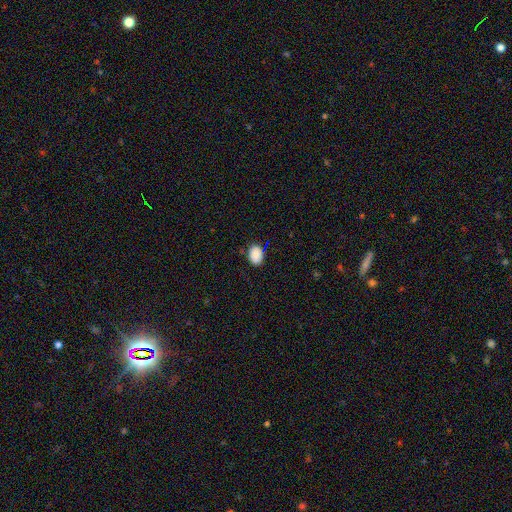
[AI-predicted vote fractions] Q: Smooth or featured?
A: smooth (88%); runner-up: star or artifact (8%)
Q: How rounded?
A: in between (78%); runner-up: round (21%)
Q: Merging?
A: none (78%); runner-up: minor disturbance (16%)